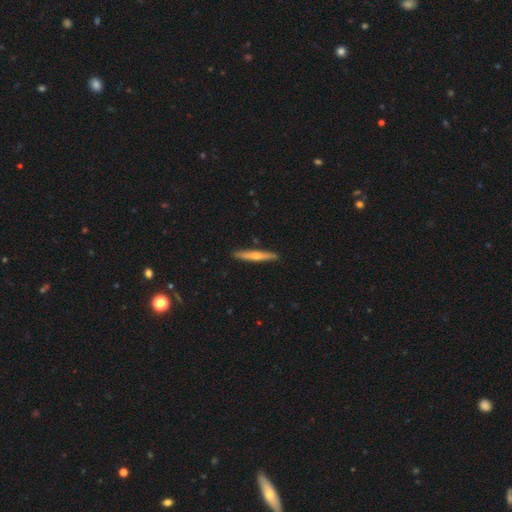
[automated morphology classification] type=smooth (53%); roundness=cigar-shaped (95%); merging=none (91%).